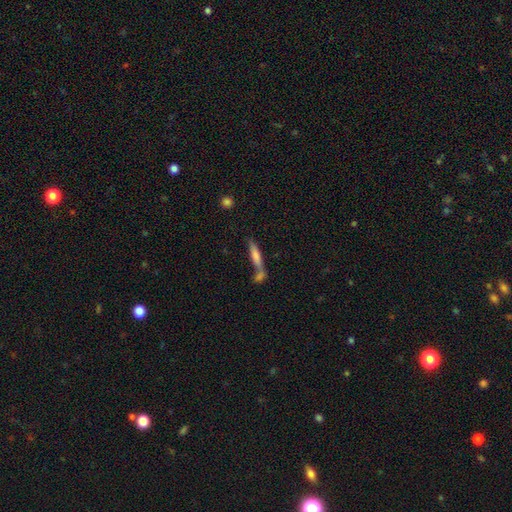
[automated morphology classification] type=smooth (62%); roundness=cigar-shaped (84%); merging=none (45%).